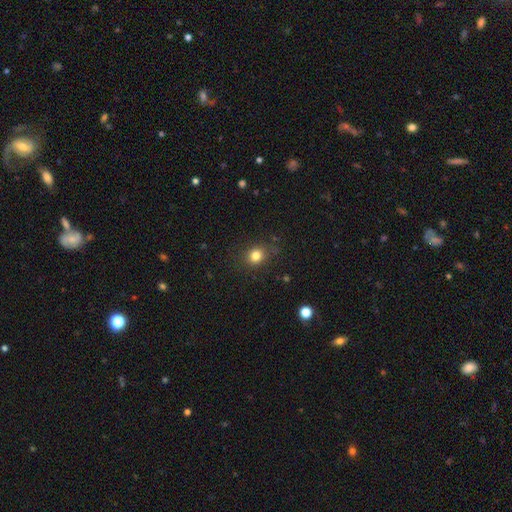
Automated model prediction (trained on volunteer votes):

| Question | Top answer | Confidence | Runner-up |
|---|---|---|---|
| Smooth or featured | smooth | 81% | star or artifact (13%) |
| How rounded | round | 75% | in between (24%) |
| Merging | none | 83% | minor disturbance (12%) |